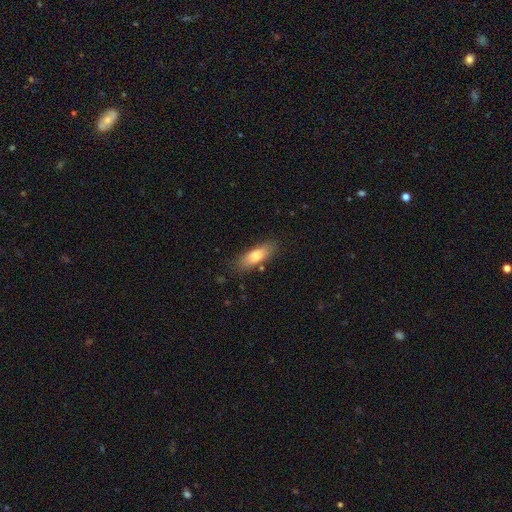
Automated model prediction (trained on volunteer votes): Overall: smooth (75%). How rounded: in between (62%; cigar-shaped 36%). Merging: none (82%).